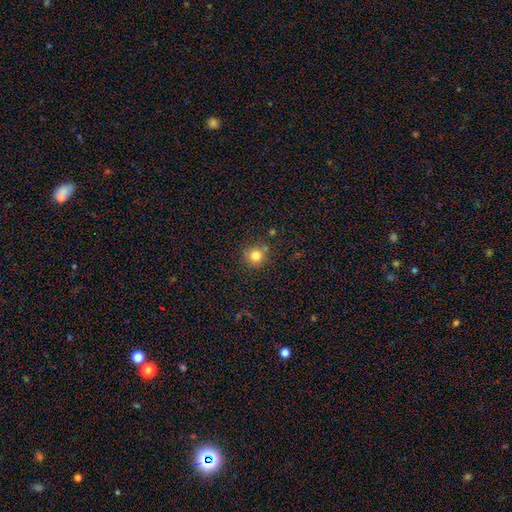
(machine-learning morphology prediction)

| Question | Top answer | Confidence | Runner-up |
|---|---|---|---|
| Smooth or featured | smooth | 80% | star or artifact (14%) |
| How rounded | round | 93% | in between (6%) |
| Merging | none | 78% | minor disturbance (10%) |